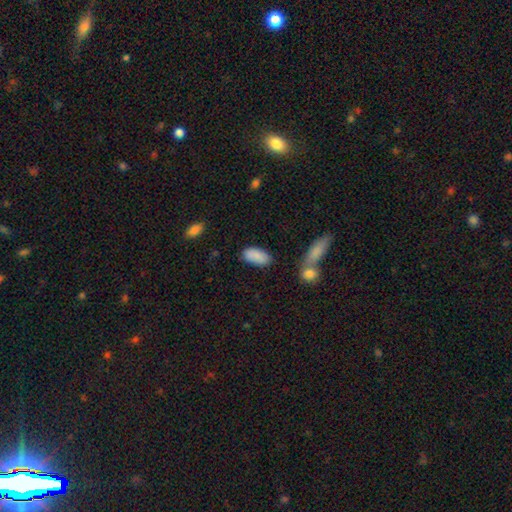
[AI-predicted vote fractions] Morphology: type=smooth (88%); roundness=in between (92%); merging=none (76%).